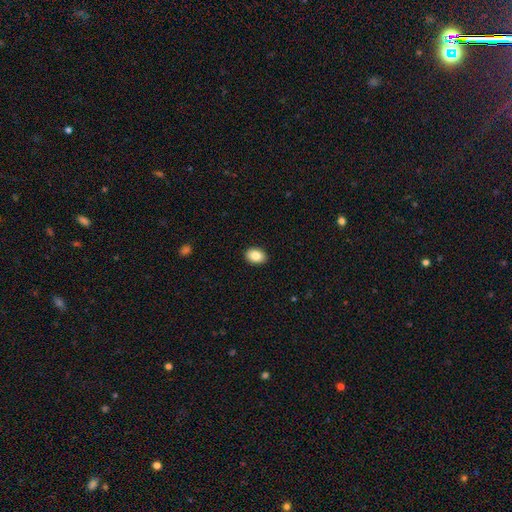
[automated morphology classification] This is clearly a smooth galaxy (85%). How rounded: likely in between (78%). Merging: clearly none (90%).